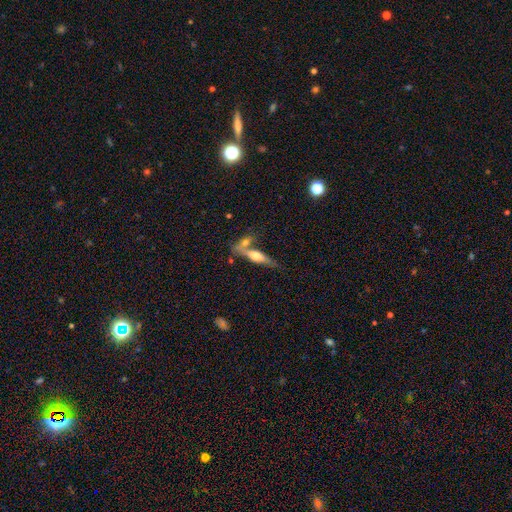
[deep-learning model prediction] This appears to be a featured or disk galaxy (54%) viewed edge-on (90%). Merging: none (54%).